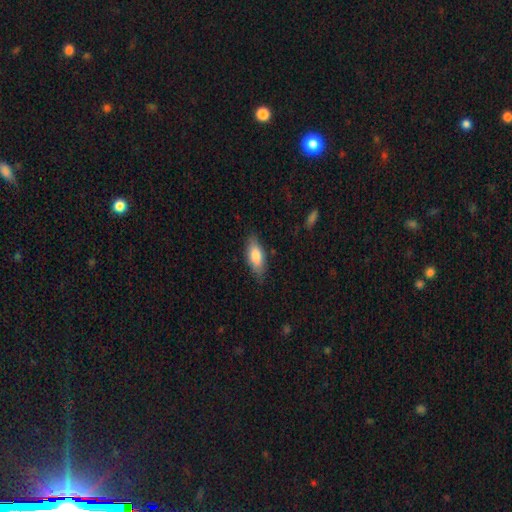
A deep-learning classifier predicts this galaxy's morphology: Q: Smooth or featured?
A: smooth (80%); runner-up: featured or disk (14%)
Q: How rounded?
A: in between (81%); runner-up: cigar-shaped (17%)
Q: Merging?
A: none (78%); runner-up: minor disturbance (17%)